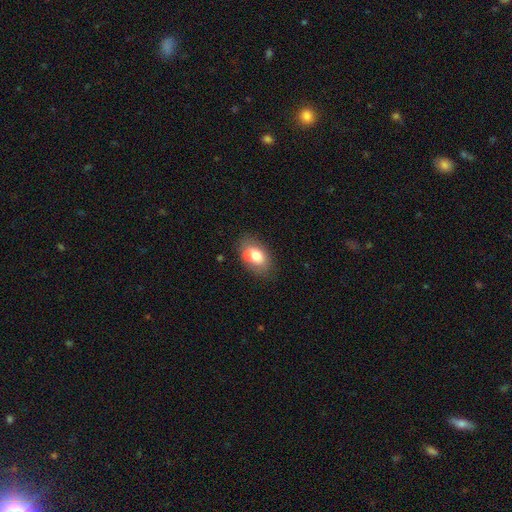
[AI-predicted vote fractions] Q: Smooth or featured?
A: smooth (70%); runner-up: featured or disk (22%)
Q: How rounded?
A: in between (84%); runner-up: round (15%)
Q: Merging?
A: none (53%); runner-up: merger (24%)